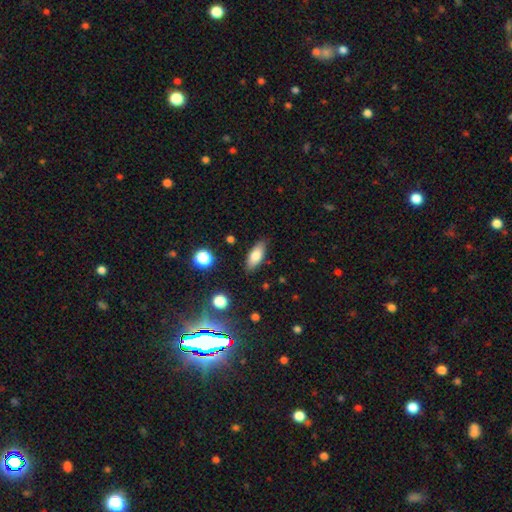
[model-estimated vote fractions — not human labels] smooth 77%, featured or disk 15%, star or artifact 8%. Down the decision tree: how rounded — in between (78%); merging — none (85%).